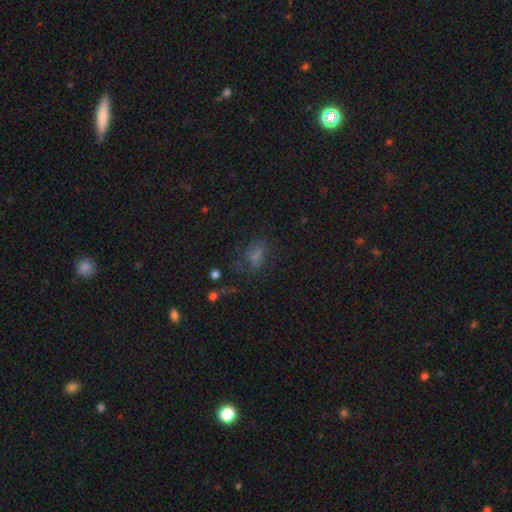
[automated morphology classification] smooth 56%, star or artifact 23%, featured or disk 21%. Down the decision tree: how rounded — in between (78%); merging — none (42%).